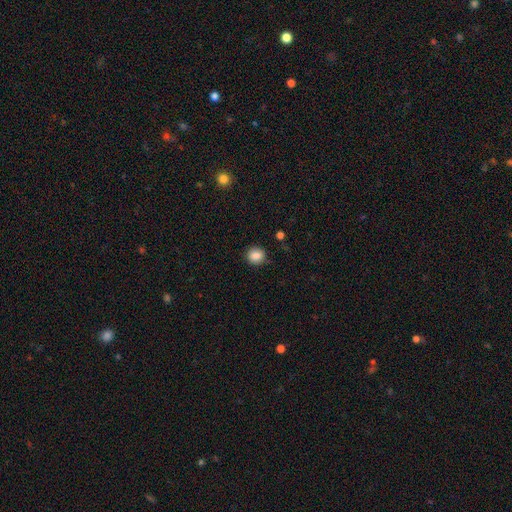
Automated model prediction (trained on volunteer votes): smooth_or_featured: smooth (p=0.86) [alt: star or artifact p=0.10]
how_rounded: round (p=0.89) [alt: in between p=0.10]
merging: none (p=0.89) [alt: minor disturbance p=0.07]